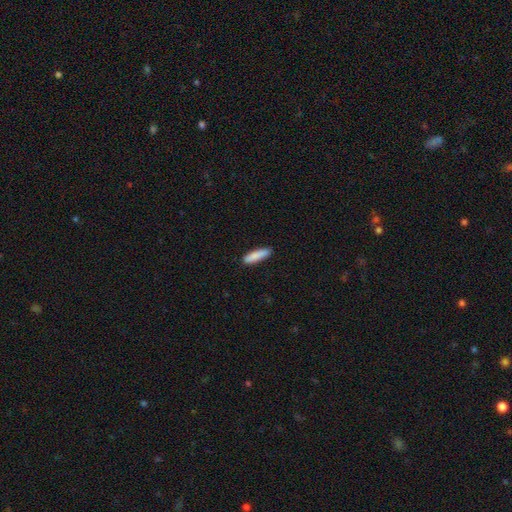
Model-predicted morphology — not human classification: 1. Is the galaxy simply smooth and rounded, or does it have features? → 87% smooth, 8% featured or disk, 6% star or artifact.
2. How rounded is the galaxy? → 76% cigar-shaped, 23% in between, 1% round.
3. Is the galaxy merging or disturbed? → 88% none, 10% minor disturbance, 2% major disturbance, 1% merger.